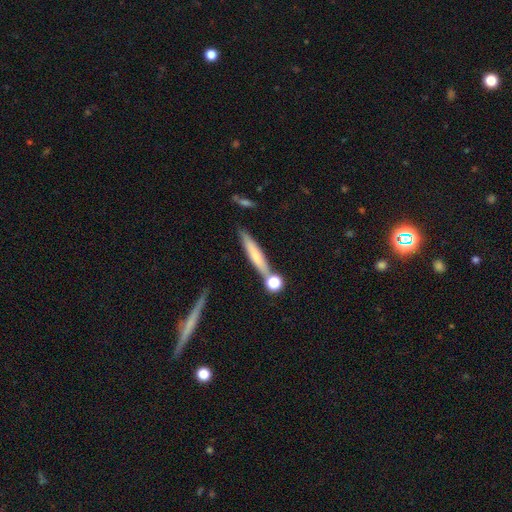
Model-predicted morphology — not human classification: A smooth galaxy with no disk features (61%) that is cigar-shaped (90%).

Vote fractions:
- Smooth or featured? smooth: 61% / featured or disk: 32% / star or artifact: 8%
- How rounded? cigar-shaped: 90% / in between: 7% / round: 3%
- Merging? none: 71% / merger: 14% / minor disturbance: 12% / major disturbance: 4%